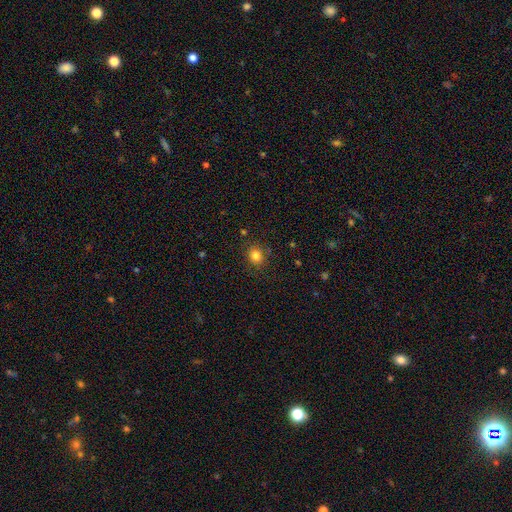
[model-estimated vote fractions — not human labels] smooth_or_featured: smooth (p=0.82) [alt: star or artifact p=0.13]
how_rounded: round (p=0.77) [alt: in between p=0.22]
merging: none (p=0.86) [alt: minor disturbance p=0.09]